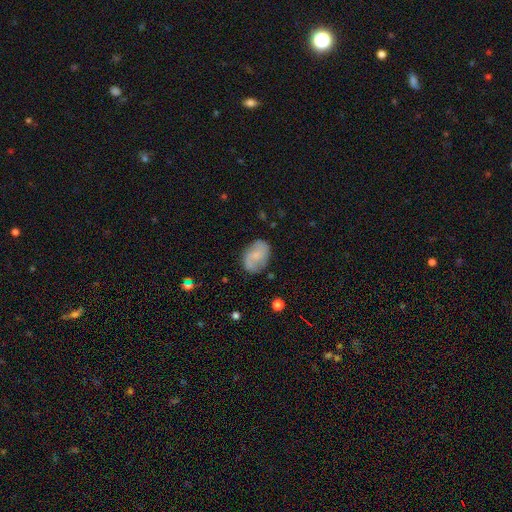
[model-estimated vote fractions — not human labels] A featured or disk galaxy (47%). Merging: none (75%).